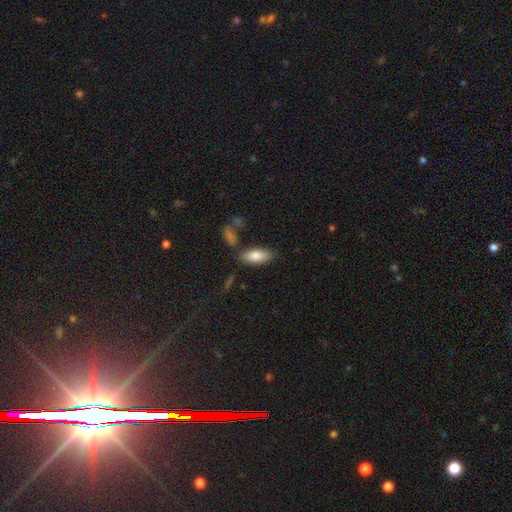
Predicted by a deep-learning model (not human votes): This appears to be a smooth galaxy with no disk features (80%) that is in between round and cigar-shaped (84%). Merging: none (79%).